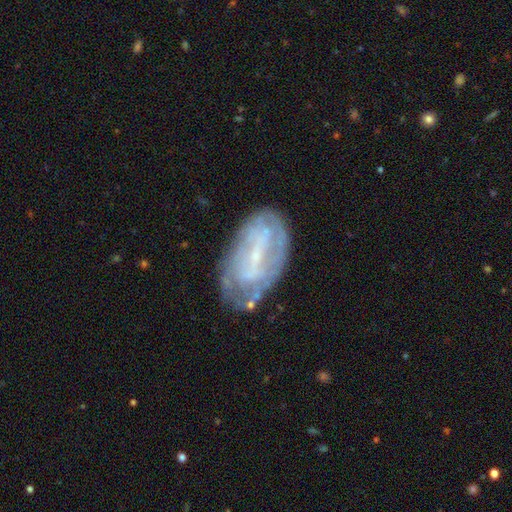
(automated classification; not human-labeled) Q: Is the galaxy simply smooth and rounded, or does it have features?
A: featured or disk — 68%.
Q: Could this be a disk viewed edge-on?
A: no — 94%.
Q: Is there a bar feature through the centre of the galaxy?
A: weak — 44%.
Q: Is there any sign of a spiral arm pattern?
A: yes — 61%.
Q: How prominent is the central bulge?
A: small — 66%.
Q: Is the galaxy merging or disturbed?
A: none — 63%.